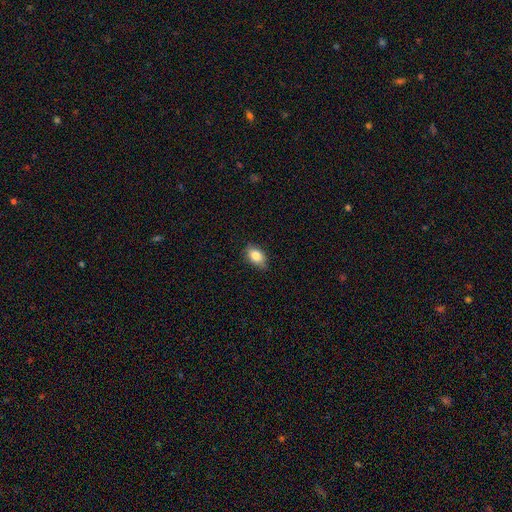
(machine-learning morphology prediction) type=smooth (83%); roundness=in between (87%); merging=none (82%).